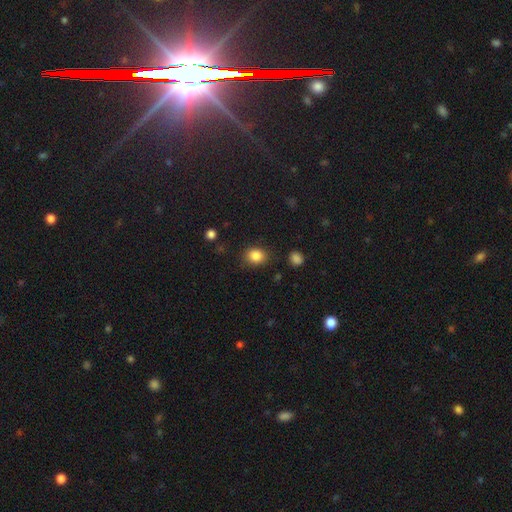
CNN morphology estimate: A smooth galaxy with no disk features (85%) that is round (55%).

Vote fractions:
- Smooth or featured? smooth: 85% / star or artifact: 10% / featured or disk: 5%
- How rounded? round: 55% / in between: 44% / cigar-shaped: 1%
- Merging? none: 82% / minor disturbance: 12% / major disturbance: 4% / merger: 2%